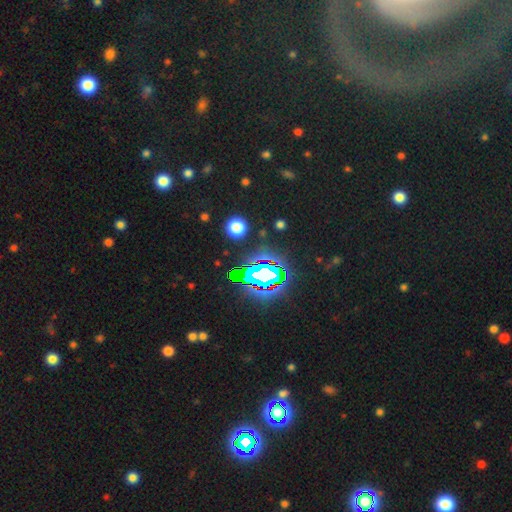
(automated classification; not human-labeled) smooth_or_featured: star or artifact (p=0.80) [alt: smooth p=0.12]